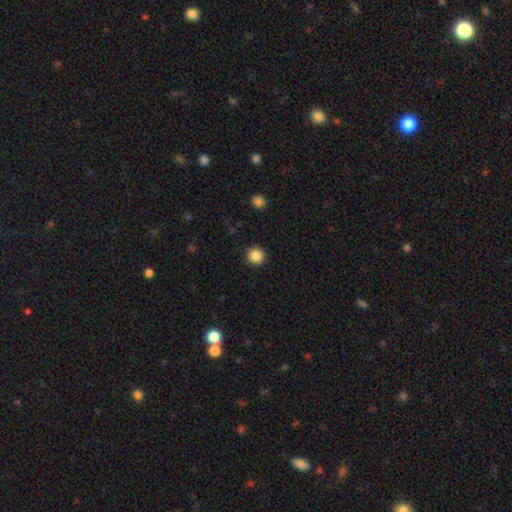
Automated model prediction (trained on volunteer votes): This appears to be a smooth galaxy with no disk features (87%) that is round (95%). Merging: none (92%).